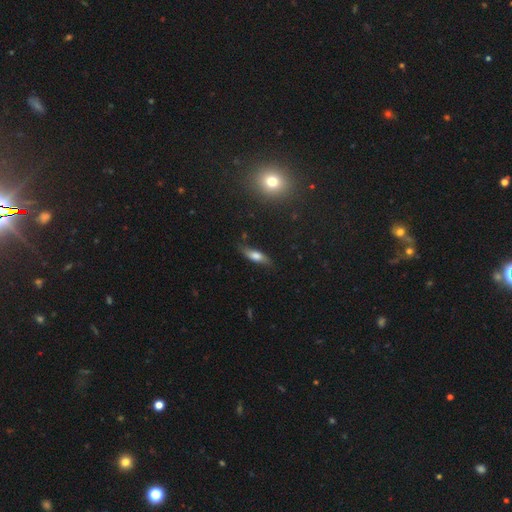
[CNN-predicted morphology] smooth_or_featured: smooth (p=0.56) [alt: featured or disk p=0.36]
how_rounded: cigar-shaped (p=0.50) [alt: in between p=0.46]
merging: none (p=0.73) [alt: minor disturbance p=0.21]